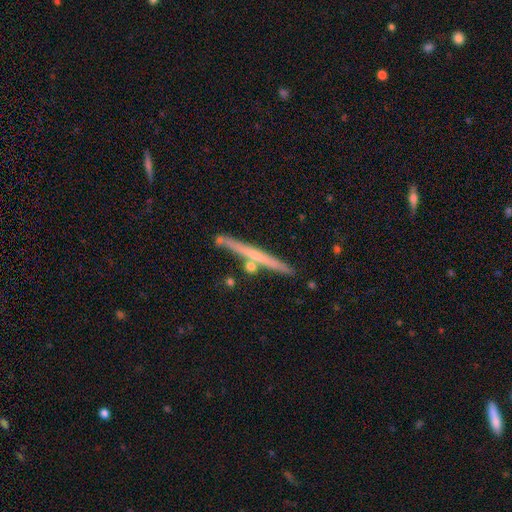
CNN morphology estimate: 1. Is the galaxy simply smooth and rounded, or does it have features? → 59% featured or disk, 34% smooth, 7% star or artifact.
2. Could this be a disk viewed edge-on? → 97% yes, 3% no.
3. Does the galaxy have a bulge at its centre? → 65% none, 31% rounded, 4% boxy.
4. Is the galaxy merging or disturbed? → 83% none, 9% minor disturbance, 6% merger, 2% major disturbance.